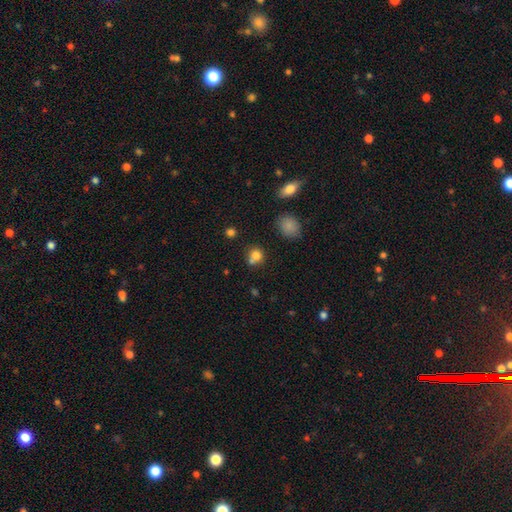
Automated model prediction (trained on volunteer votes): Smooth or featured? Predicted: smooth (p=0.78). How rounded? Predicted: round (p=0.78). Merging? Predicted: none (p=0.50).